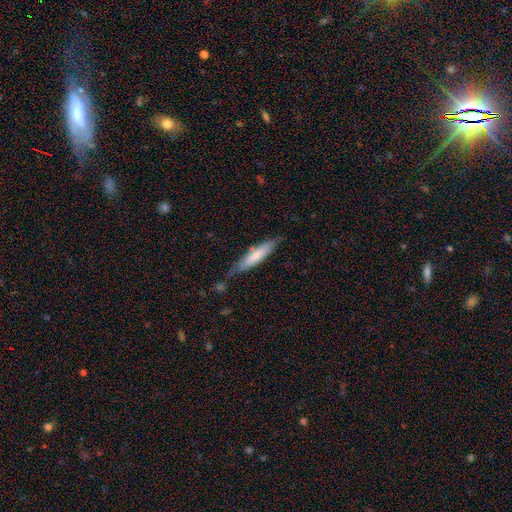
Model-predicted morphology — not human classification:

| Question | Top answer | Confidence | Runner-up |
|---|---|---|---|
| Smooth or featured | smooth | 67% | featured or disk (28%) |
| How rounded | cigar-shaped | 81% | in between (18%) |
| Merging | none | 65% | minor disturbance (25%) |